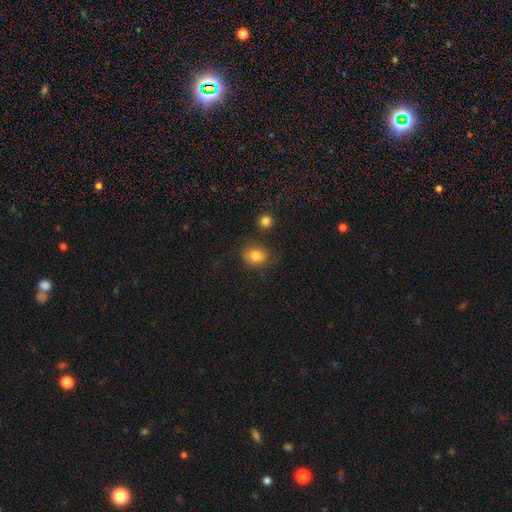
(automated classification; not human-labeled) smooth-or-featured: smooth: 81% | star or artifact: 10% | featured or disk: 9%
  how-rounded: round: 56% | in between: 43% | cigar-shaped: 1%
  merging: none: 76% | minor disturbance: 15% | merger: 4% | major disturbance: 4%